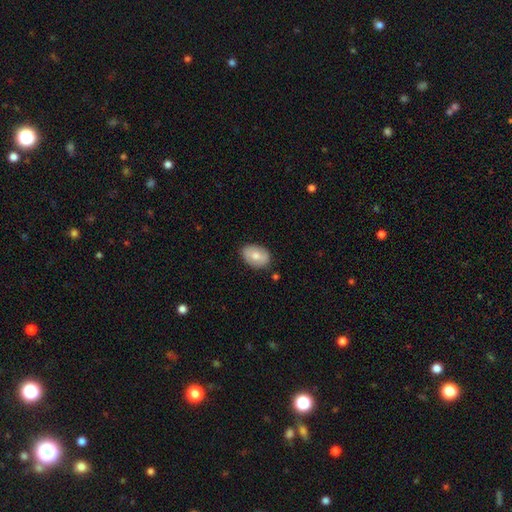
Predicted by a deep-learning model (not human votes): This is likely a smooth galaxy (70%). How rounded: clearly in between (81%). Merging: clearly none (83%).